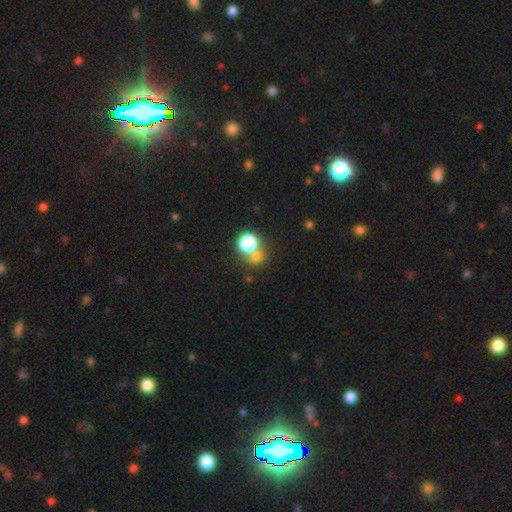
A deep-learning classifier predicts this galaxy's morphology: Smooth or featured: smooth — 66% (star or artifact — 26%)
How rounded: round — 84% (in between — 15%)
Merging: none — 57% (merger — 32%)